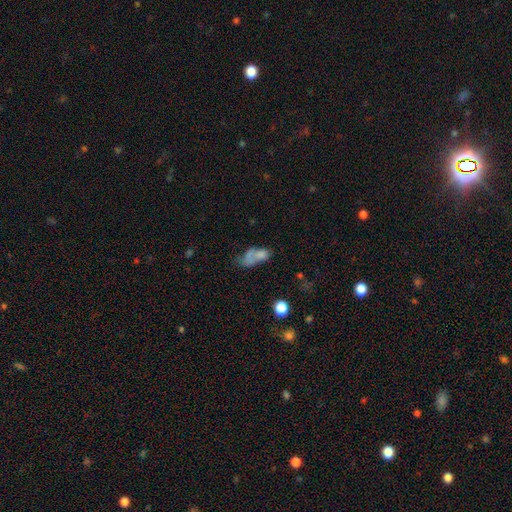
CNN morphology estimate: The model was most divided on "merging": merger: 38%, none: 26%, major disturbance: 20%, minor disturbance: 16%. More confident: how rounded — in between (78%); smooth or featured — smooth (60%).